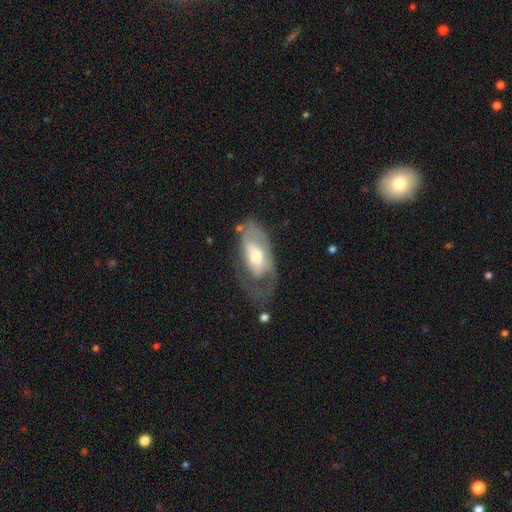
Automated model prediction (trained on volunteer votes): Q: Smooth or featured?
A: featured or disk (61%); runner-up: smooth (34%)
Q: Edge-on disk?
A: no (90%); runner-up: yes (10%)
Q: Bar?
A: no (58%); runner-up: weak (32%)
Q: Spiral arms?
A: yes (63%); runner-up: no (37%)
Q: Bulge size?
A: moderate (57%); runner-up: large (23%)
Q: Merging?
A: none (36%); runner-up: major disturbance (35%)